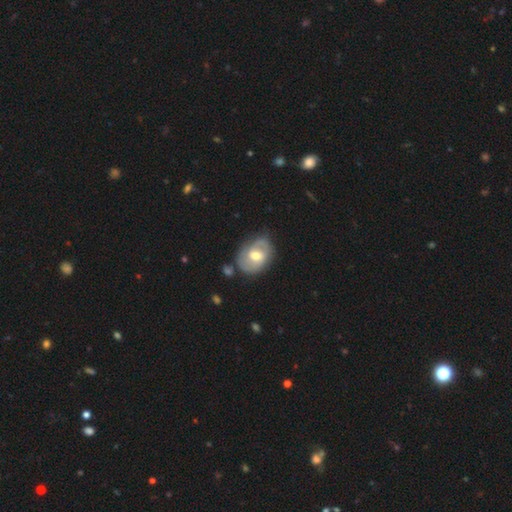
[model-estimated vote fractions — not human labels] A featured or disk galaxy (60%) with a weak bar (48%), spiral arms (70%) and a moderate central bulge (74%).

Vote fractions:
- Smooth or featured? featured or disk: 60% / smooth: 34% / star or artifact: 6%
- Edge-on disk? no: 96% / yes: 4%
- Bar? weak: 48% / no: 38% / strong: 13%
- Spiral arms? yes: 70% / no: 30%
- Bulge size? moderate: 74% / small: 15% / large: 9% / none: 1% / dominant: 1%
- Merging? none: 68% / minor disturbance: 22% / major disturbance: 7% / merger: 4%